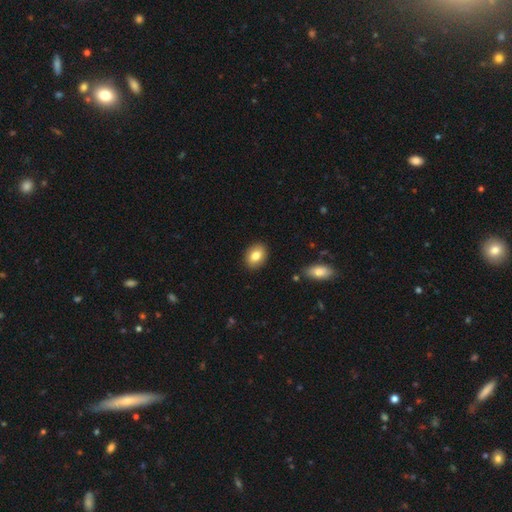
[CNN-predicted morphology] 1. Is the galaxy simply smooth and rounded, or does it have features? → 82% smooth, 10% featured or disk, 8% star or artifact.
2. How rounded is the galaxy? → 75% in between, 24% round, 1% cigar-shaped.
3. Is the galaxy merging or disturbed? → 89% none, 8% minor disturbance, 2% major disturbance, 1% merger.